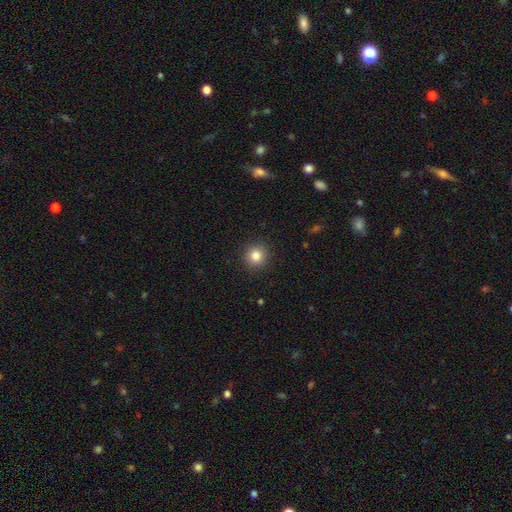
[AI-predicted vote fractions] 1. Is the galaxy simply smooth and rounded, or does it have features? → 82% smooth, 11% star or artifact, 7% featured or disk.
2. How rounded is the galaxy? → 93% round, 6% in between, 1% cigar-shaped.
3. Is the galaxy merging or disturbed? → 92% none, 5% minor disturbance, 2% major disturbance, 1% merger.